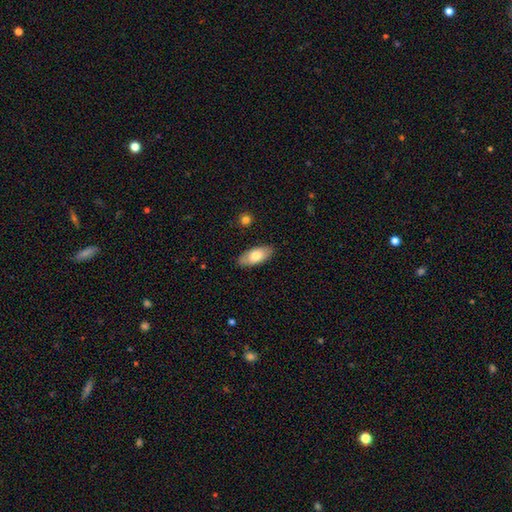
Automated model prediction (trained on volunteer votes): Morphology: type=smooth (74%); roundness=in between (88%); merging=none (87%).